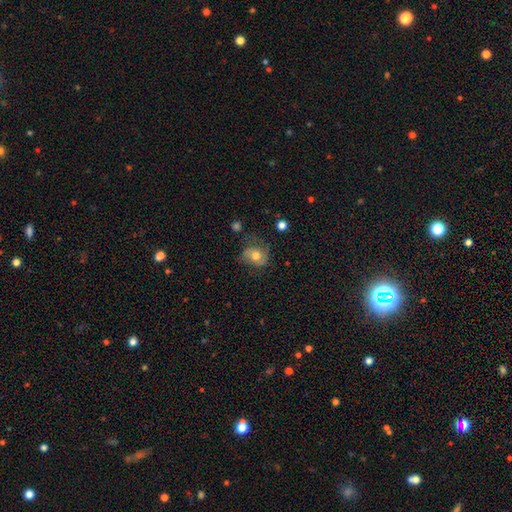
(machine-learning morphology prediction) Smooth or featured? smooth (58%)
How rounded? round (60%)
Merging? none (52%)